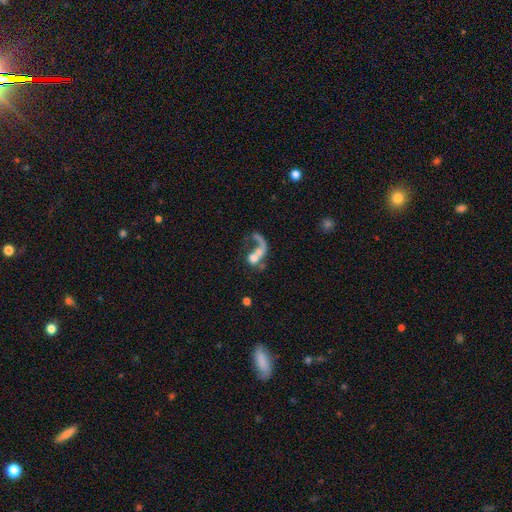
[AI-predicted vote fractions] Smooth or featured?
  - featured or disk: 54% *
  - smooth: 35%
  - star or artifact: 10%
Edge-on disk?
  - no: 96% *
  - yes: 4%
Bar?
  - no: 78% *
  - weak: 16%
  - strong: 6%
Spiral arms?
  - yes: 55% *
  - no: 45%
Bulge size?
  - moderate: 35% *
  - small: 21%
  - none: 20%
  - large: 18%
  - dominant: 6%
Merging?
  - merger: 45% *
  - major disturbance: 31%
  - none: 16%
  - minor disturbance: 8%